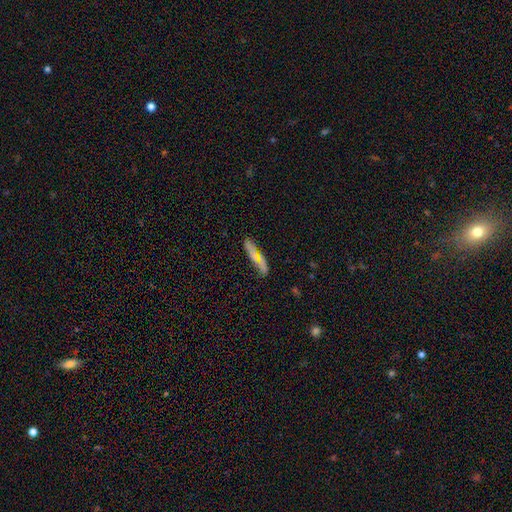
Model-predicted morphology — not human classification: A smooth galaxy with no disk features (56%) that is cigar-shaped (86%).

Vote fractions:
- Smooth or featured? smooth: 56% / featured or disk: 35% / star or artifact: 10%
- How rounded? cigar-shaped: 86% / in between: 11% / round: 3%
- Merging? none: 85% / minor disturbance: 10% / merger: 2% / major disturbance: 2%